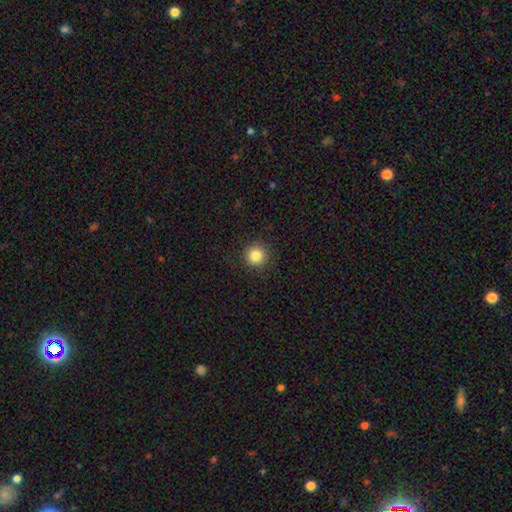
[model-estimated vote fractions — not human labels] Smooth or featured? Predicted: smooth (p=0.84). How rounded? Predicted: round (p=0.95). Merging? Predicted: none (p=0.91).